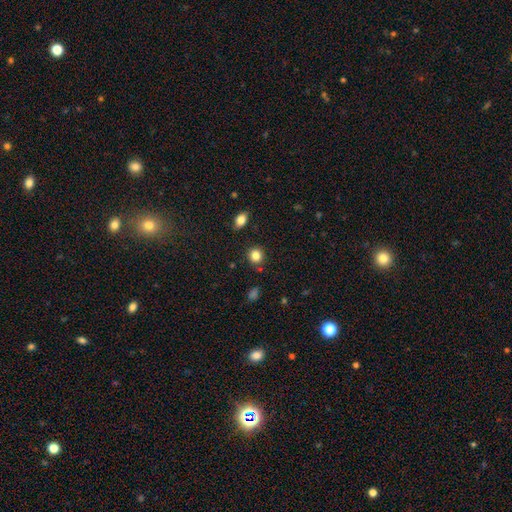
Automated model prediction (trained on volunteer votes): The model was most divided on "smooth or featured": smooth: 84%, star or artifact: 11%, featured or disk: 5%. More confident: merging — none (87%); how rounded — round (86%).